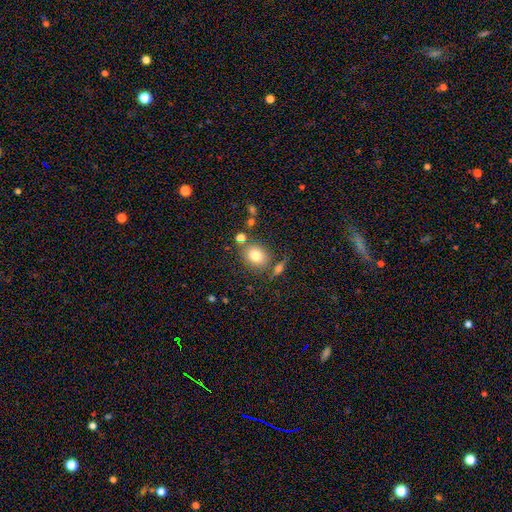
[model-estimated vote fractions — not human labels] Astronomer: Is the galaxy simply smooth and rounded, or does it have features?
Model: smooth — 78%.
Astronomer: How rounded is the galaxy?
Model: round — 54% (runner-up: in between, 45%).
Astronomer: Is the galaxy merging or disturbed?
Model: none — 72%.